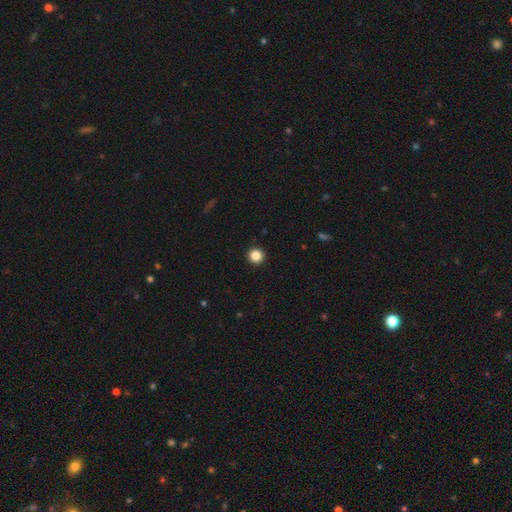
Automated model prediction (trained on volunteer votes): Smooth or featured?
  - smooth: 87% *
  - star or artifact: 11%
  - featured or disk: 3%
How rounded?
  - round: 96% *
  - in between: 3%
  - cigar-shaped: 1%
Merging?
  - none: 94% *
  - minor disturbance: 4%
  - major disturbance: 1%
  - merger: 1%